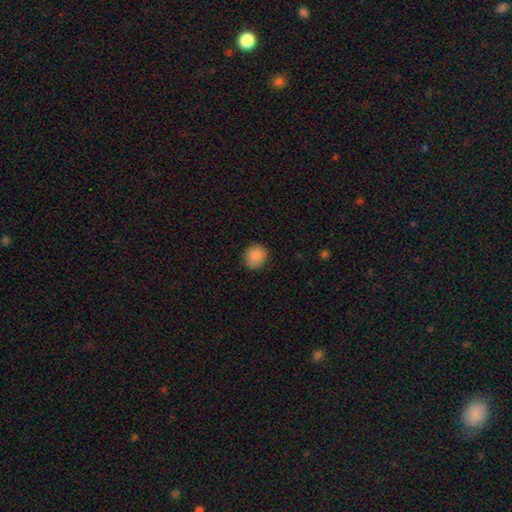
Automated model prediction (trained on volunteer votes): smooth 88%, star or artifact 9%, featured or disk 3%. Down the decision tree: how rounded — round (85%); merging — none (88%).